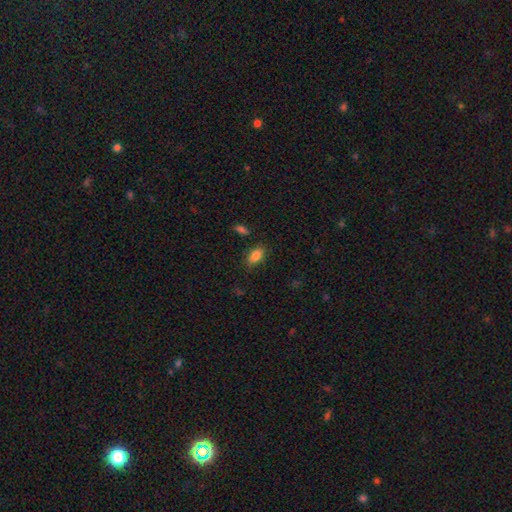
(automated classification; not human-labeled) A smooth galaxy with no disk features (86%) that is in between round and cigar-shaped (89%).

Vote fractions:
- Smooth or featured? smooth: 86% / star or artifact: 9% / featured or disk: 6%
- How rounded? in between: 89% / round: 8% / cigar-shaped: 3%
- Merging? none: 82% / minor disturbance: 12% / major disturbance: 3% / merger: 2%